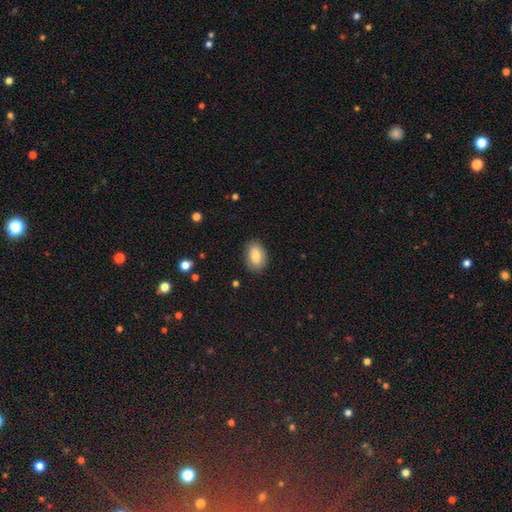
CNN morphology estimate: Smooth or featured? Predicted: smooth (p=0.84). How rounded? Predicted: in between (p=0.87). Merging? Predicted: none (p=0.84).